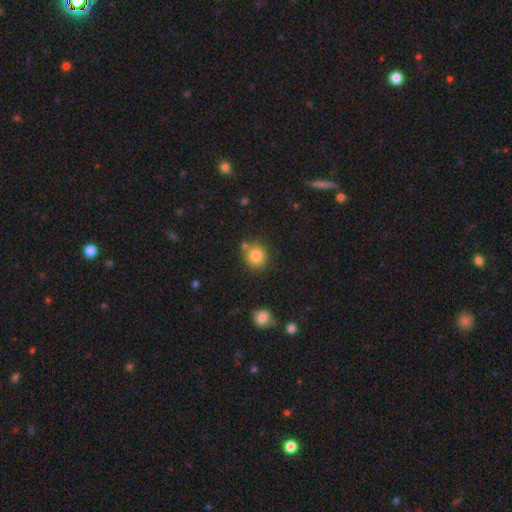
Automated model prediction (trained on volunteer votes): The model was most divided on "merging": none: 75%, merger: 11%, minor disturbance: 10%, major disturbance: 3%. More confident: how rounded — round (84%); smooth or featured — smooth (84%).